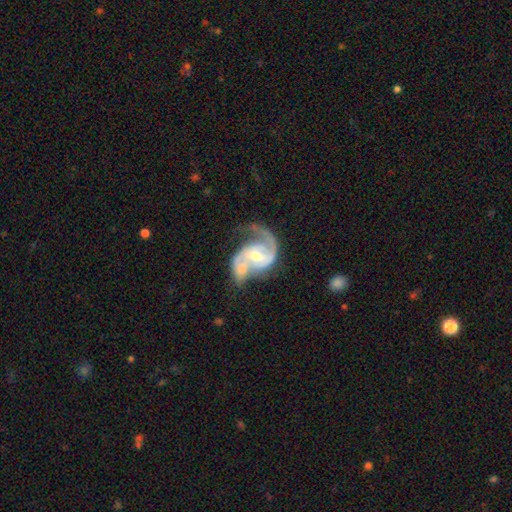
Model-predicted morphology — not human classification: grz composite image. It shows a featured or disk galaxy (89%) with a weak bar (46%), 2 (78%) medium (52%) spiral arms (96%) and a moderate central bulge (59%). Merging: none (37%).